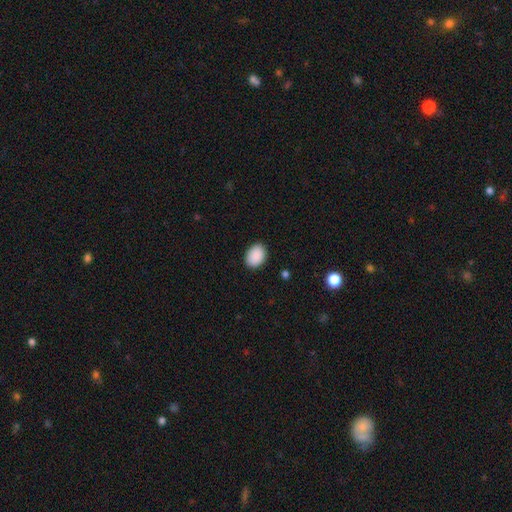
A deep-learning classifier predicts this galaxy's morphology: Smooth or featured? smooth (91%)
How rounded? in between (78%)
Merging? none (89%)